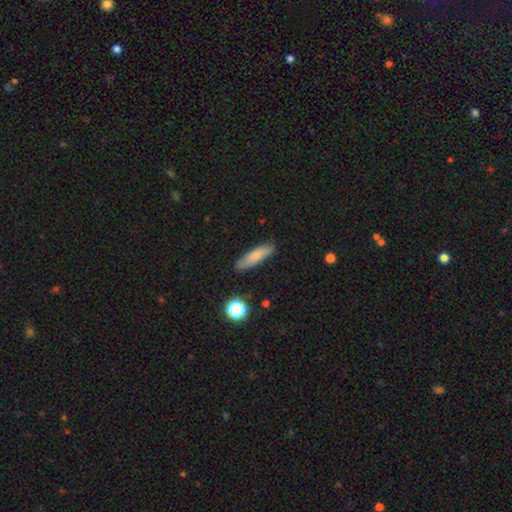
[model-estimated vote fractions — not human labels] This is likely a smooth galaxy (76%). How rounded: likely cigar-shaped (67%). Merging: clearly none (84%).